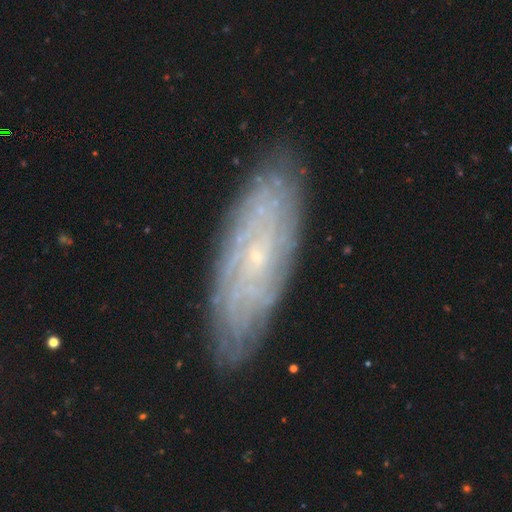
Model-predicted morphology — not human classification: The model was most divided on "spiral arm count": can't tell: 59%, more than 4: 10%, 2: 9%, 4: 9%, 3: 7%, 1: 6%. More confident: spiral arms — yes (90%); merging — none (86%); bulge size — small (85%); edge-on disk — no (84%); spiral winding — tight (79%); smooth or featured — featured or disk (77%); bar — no (71%).